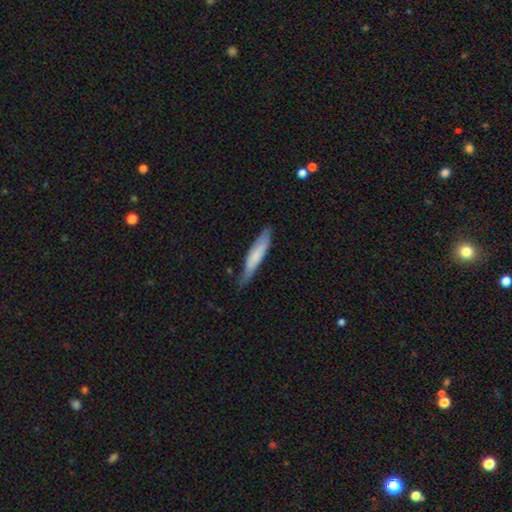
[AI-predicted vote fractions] Smooth or featured?
  - smooth: 70% *
  - featured or disk: 25%
  - star or artifact: 5%
How rounded?
  - cigar-shaped: 85% *
  - in between: 14%
  - round: 1%
Merging?
  - none: 72% *
  - minor disturbance: 23%
  - major disturbance: 4%
  - merger: 2%